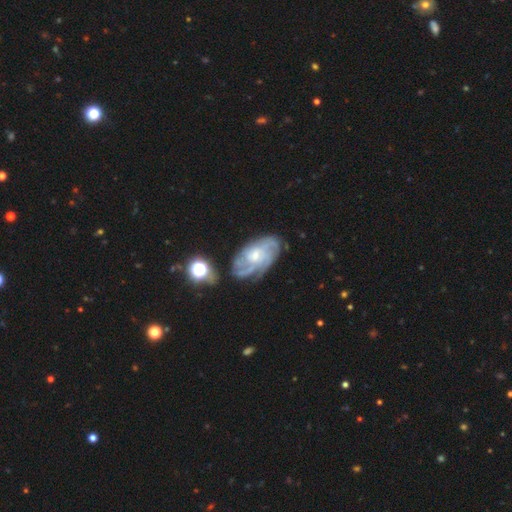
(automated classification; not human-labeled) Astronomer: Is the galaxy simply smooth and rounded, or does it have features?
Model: featured or disk — 81%.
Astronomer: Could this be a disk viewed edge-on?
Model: no — 96%.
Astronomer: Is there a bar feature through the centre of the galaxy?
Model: no — 67%.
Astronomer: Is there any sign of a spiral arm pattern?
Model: yes — 93%.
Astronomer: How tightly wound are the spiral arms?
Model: tight — 55% (runner-up: medium, 34%).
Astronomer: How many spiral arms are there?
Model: can't tell — 40% (runner-up: 4, 20%).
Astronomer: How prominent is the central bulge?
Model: small — 62%.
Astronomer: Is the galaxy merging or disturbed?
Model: none — 66%.